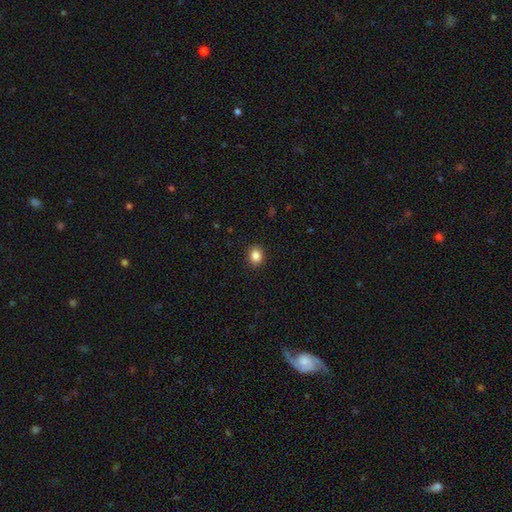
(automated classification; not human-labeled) Smooth or featured?
  - smooth: 86% *
  - star or artifact: 10%
  - featured or disk: 4%
How rounded?
  - round: 70% *
  - in between: 29%
  - cigar-shaped: 1%
Merging?
  - none: 91% *
  - minor disturbance: 6%
  - major disturbance: 2%
  - merger: 1%